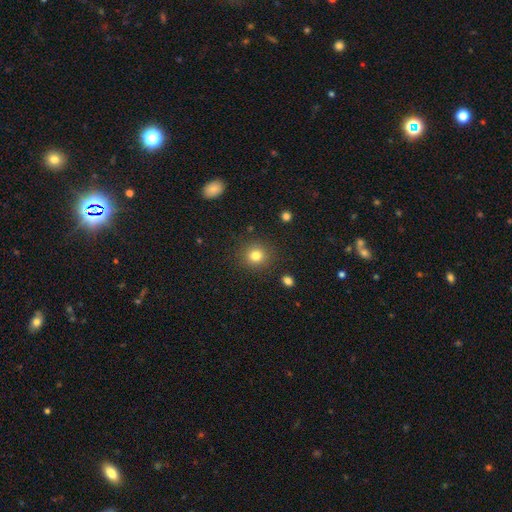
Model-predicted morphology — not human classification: smooth_or_featured: smooth (p=0.81) [alt: star or artifact p=0.12]
how_rounded: round (p=0.88) [alt: in between p=0.11]
merging: none (p=0.89) [alt: minor disturbance p=0.07]